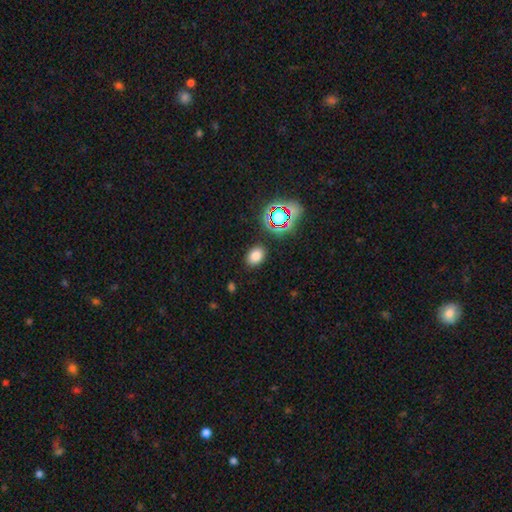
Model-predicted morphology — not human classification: smooth 77%, star or artifact 17%, featured or disk 7%. Down the decision tree: how rounded — in between (75%); merging — none (86%).